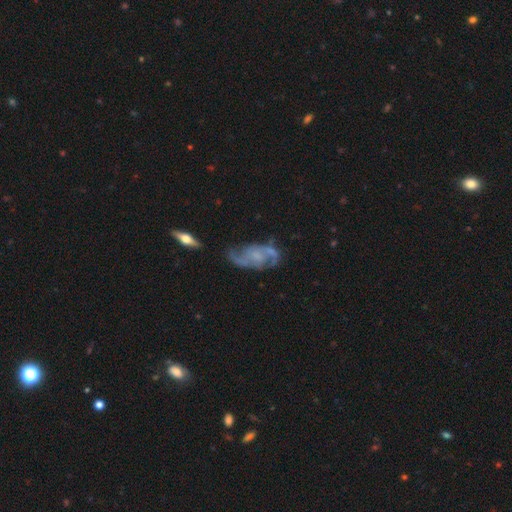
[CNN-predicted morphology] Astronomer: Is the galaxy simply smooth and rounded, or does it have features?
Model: featured or disk — 83%.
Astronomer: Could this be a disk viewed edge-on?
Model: no — 96%.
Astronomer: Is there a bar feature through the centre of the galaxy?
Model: no — 60%.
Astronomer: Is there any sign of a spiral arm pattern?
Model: yes — 93%.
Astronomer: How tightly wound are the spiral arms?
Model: medium — 46% (runner-up: loose, 38%).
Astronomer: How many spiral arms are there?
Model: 2 — 80%.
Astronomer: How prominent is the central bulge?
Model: none — 40%, tied with small at 40%.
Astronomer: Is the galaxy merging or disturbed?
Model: none — 58%.